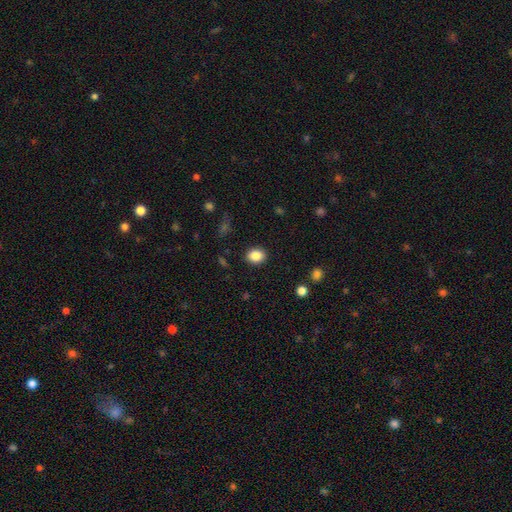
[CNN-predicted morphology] Overall: smooth (86%). How rounded: round (56%; in between 44%). Merging: none (90%).